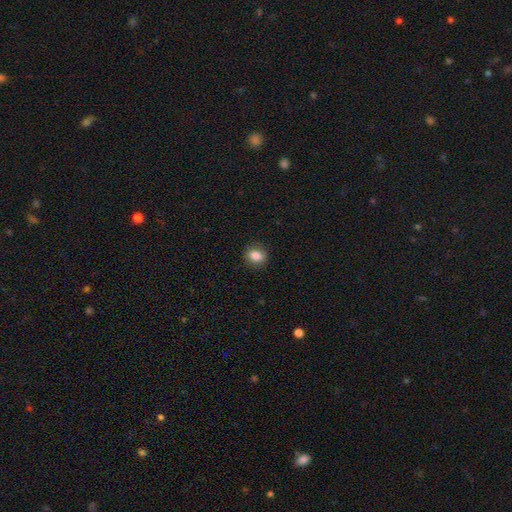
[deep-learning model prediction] A smooth galaxy with no disk features (85%) that is round (51%). Merging: none (87%).